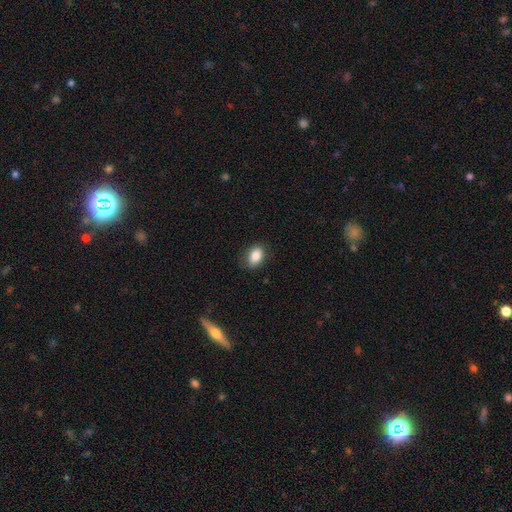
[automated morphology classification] A smooth galaxy with no disk features (85%) that is in between round and cigar-shaped (80%). Merging: none (85%).